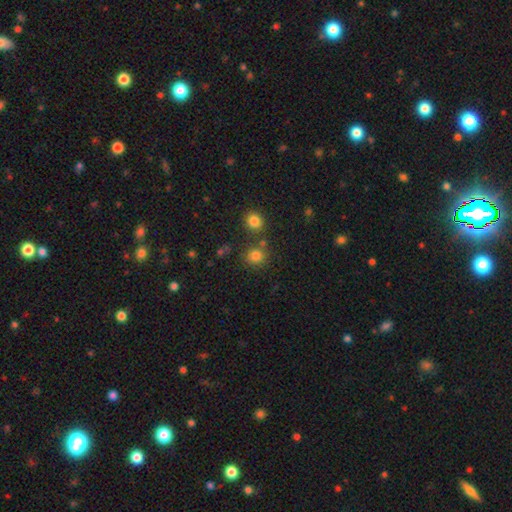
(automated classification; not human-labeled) Smooth or featured?
  - smooth: 79% *
  - star or artifact: 15%
  - featured or disk: 6%
How rounded?
  - round: 85% *
  - in between: 14%
  - cigar-shaped: 1%
Merging?
  - none: 71% *
  - merger: 15%
  - minor disturbance: 10%
  - major disturbance: 4%